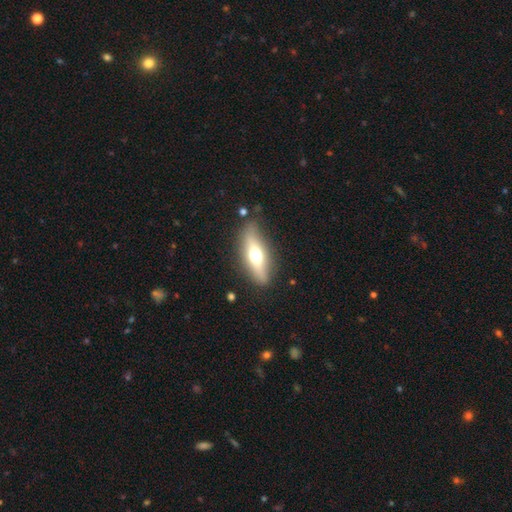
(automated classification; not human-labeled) Q: Smooth or featured?
A: featured or disk (51%); runner-up: smooth (41%)
Q: Edge-on disk?
A: yes (81%); runner-up: no (19%)
Q: Merging?
A: none (83%); runner-up: minor disturbance (11%)